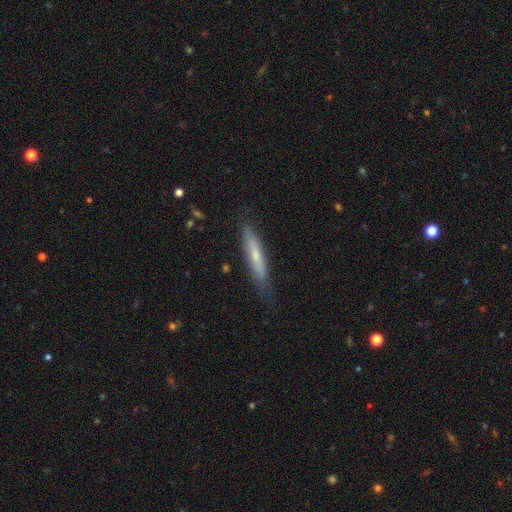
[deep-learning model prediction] Morphology: type=smooth (54%); roundness=cigar-shaped (89%); merging=none (75%).